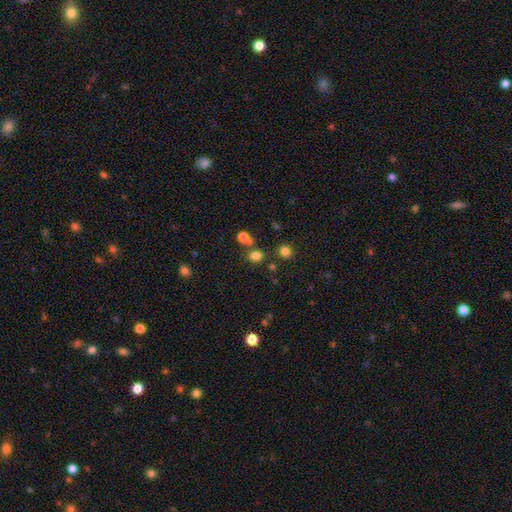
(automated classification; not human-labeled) Q: Smooth or featured?
A: smooth (76%); runner-up: star or artifact (18%)
Q: How rounded?
A: round (66%); runner-up: in between (33%)
Q: Merging?
A: none (67%); runner-up: merger (19%)